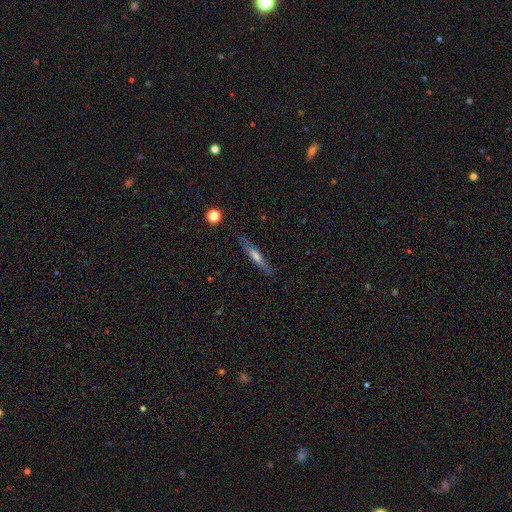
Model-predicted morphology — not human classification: Smooth or featured? featured or disk (47%)
Merging? none (84%)